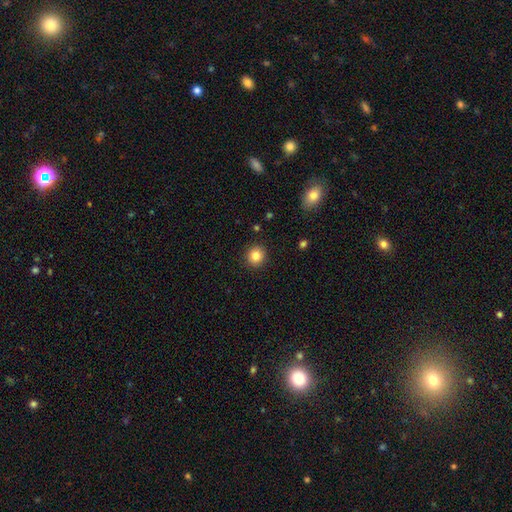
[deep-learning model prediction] This is clearly a smooth galaxy (84%). How rounded: clearly round (91%). Merging: clearly none (91%).